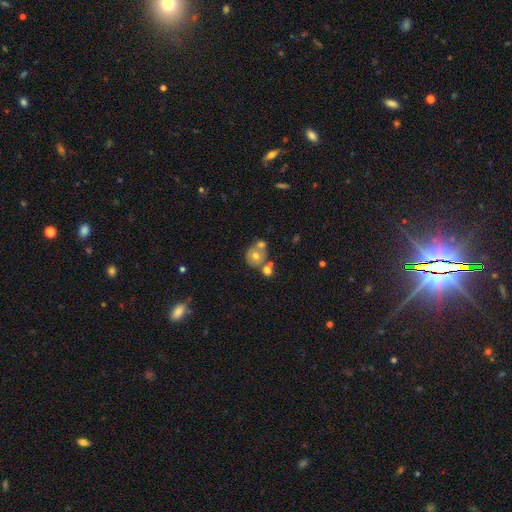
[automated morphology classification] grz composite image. It shows a smooth galaxy with no disk features (56%) that is round (78%). Merging: none (42%).